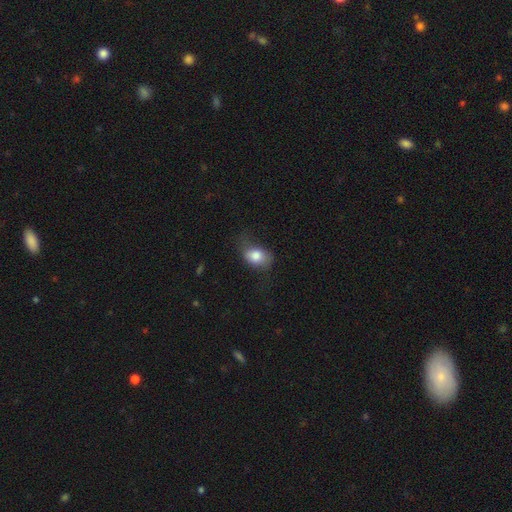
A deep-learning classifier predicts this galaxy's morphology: Smooth or featured: smooth — 79% (featured or disk — 13%)
How rounded: in between — 74% (round — 25%)
Merging: none — 47% (minor disturbance — 32%)